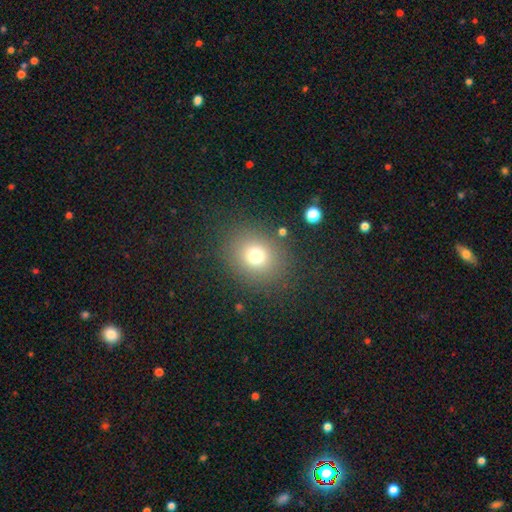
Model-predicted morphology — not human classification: Smooth or featured? smooth (74%)
How rounded? round (72%)
Merging? none (85%)